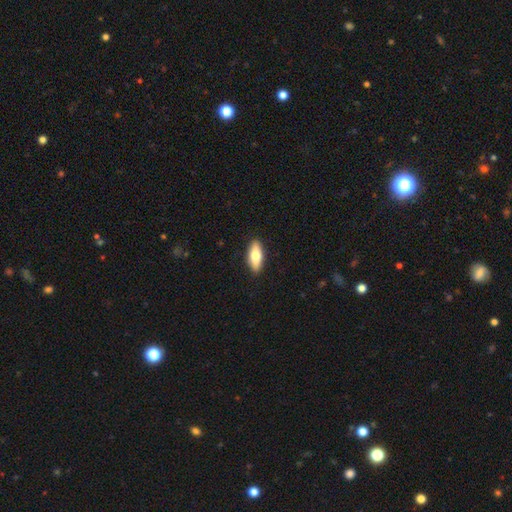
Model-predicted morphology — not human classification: Q: Smooth or featured?
A: smooth (71%); runner-up: featured or disk (23%)
Q: How rounded?
A: in between (70%); runner-up: cigar-shaped (27%)
Q: Merging?
A: none (90%); runner-up: minor disturbance (8%)